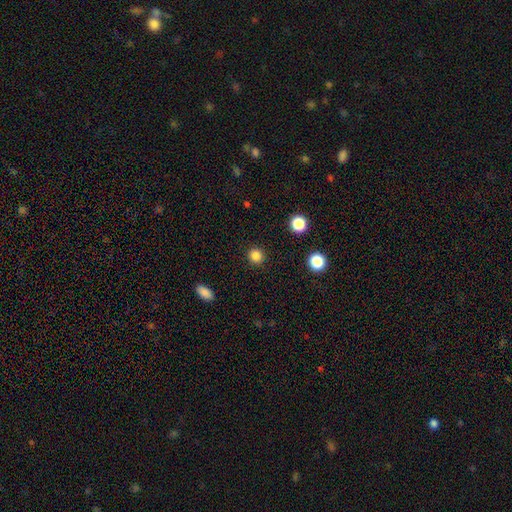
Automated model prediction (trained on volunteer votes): Overall: smooth (84%). How rounded: round (93%). Merging: none (92%).